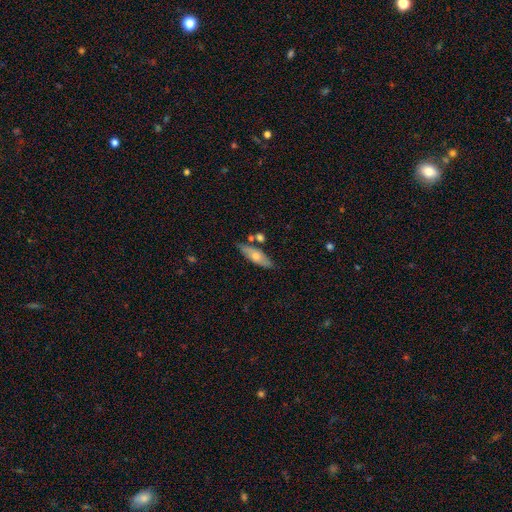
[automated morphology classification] Smooth or featured? Predicted: smooth (p=0.51). How rounded? Predicted: in between (p=0.50). Merging? Predicted: none (p=0.77).